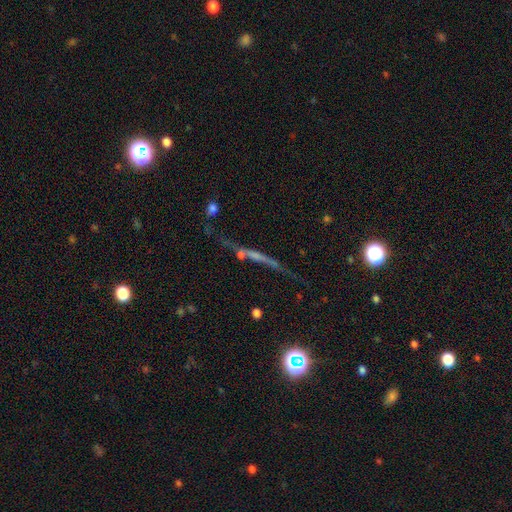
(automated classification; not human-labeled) Q: Smooth or featured?
A: featured or disk (49%); runner-up: star or artifact (29%)
Q: Merging?
A: none (72%); runner-up: minor disturbance (12%)